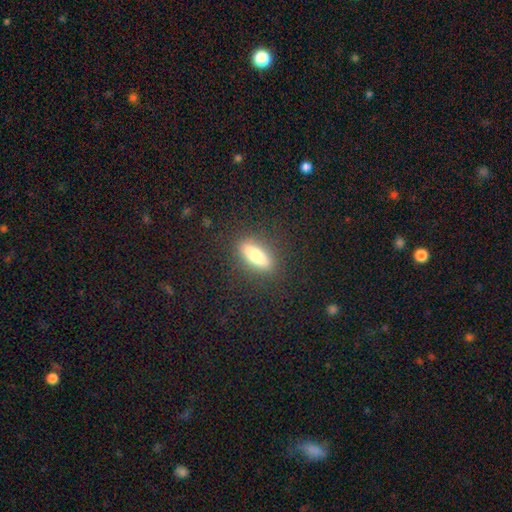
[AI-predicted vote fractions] Smooth or featured?
  - smooth: 69% *
  - featured or disk: 24%
  - star or artifact: 8%
How rounded?
  - in between: 49% *
  - cigar-shaped: 48%
  - round: 3%
Merging?
  - none: 86% *
  - minor disturbance: 9%
  - major disturbance: 3%
  - merger: 1%